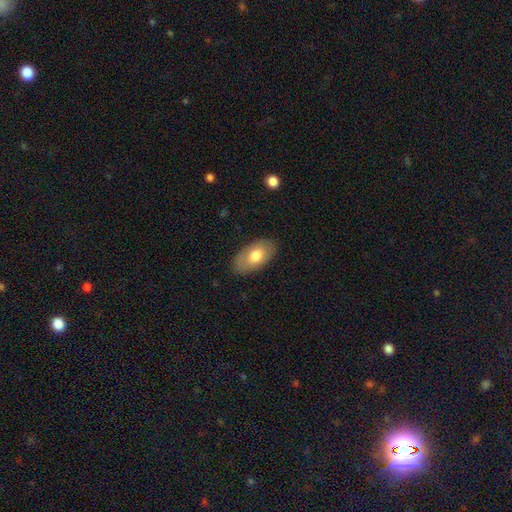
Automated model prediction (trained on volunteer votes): Overall: smooth (74%). How rounded: in between (94%). Merging: none (85%).